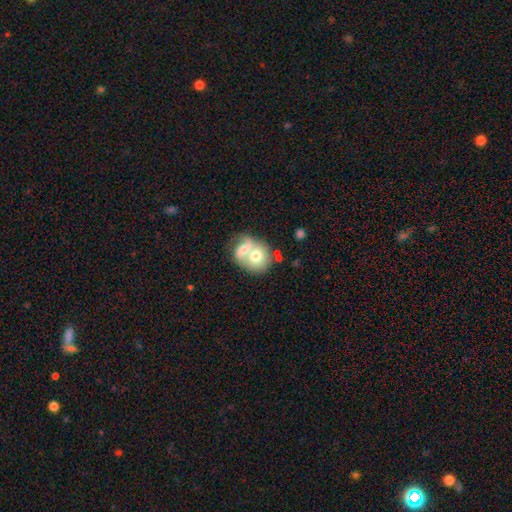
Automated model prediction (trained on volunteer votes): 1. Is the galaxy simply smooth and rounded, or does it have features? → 62% smooth, 31% featured or disk, 7% star or artifact.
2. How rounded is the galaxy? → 72% round, 27% in between, 1% cigar-shaped.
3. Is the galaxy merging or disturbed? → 69% merger, 19% none, 7% minor disturbance, 5% major disturbance.